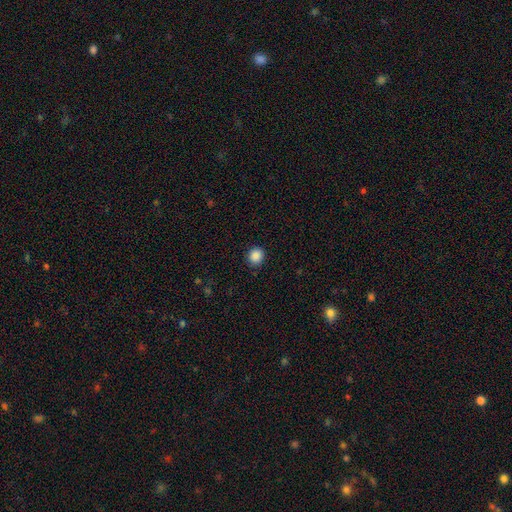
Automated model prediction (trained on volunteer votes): A smooth galaxy with no disk features (88%) that is round (85%). Merging: none (90%).